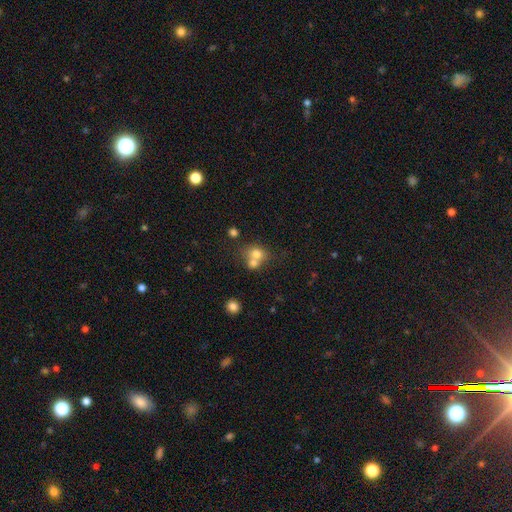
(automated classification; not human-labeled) This is likely a smooth galaxy (72%). How rounded: likely round (70%). Merging: possibly merger (56%).